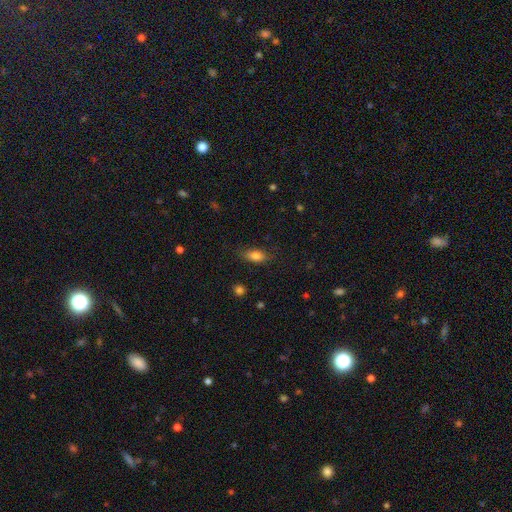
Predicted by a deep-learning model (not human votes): A smooth galaxy with no disk features (81%) that is in between round and cigar-shaped (81%). Merging: none (77%).